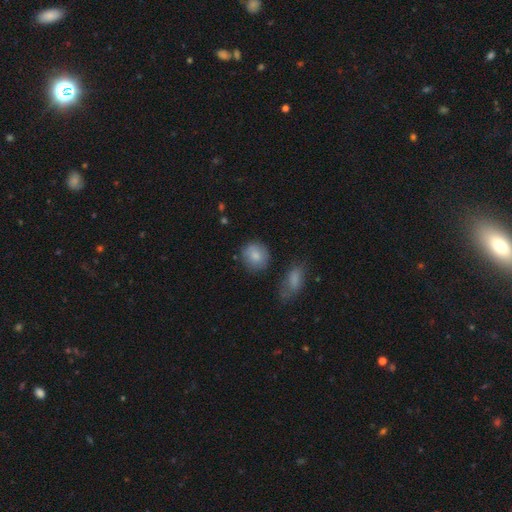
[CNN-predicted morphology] Smooth or featured? smooth (84%)
How rounded? round (78%)
Merging? none (74%)